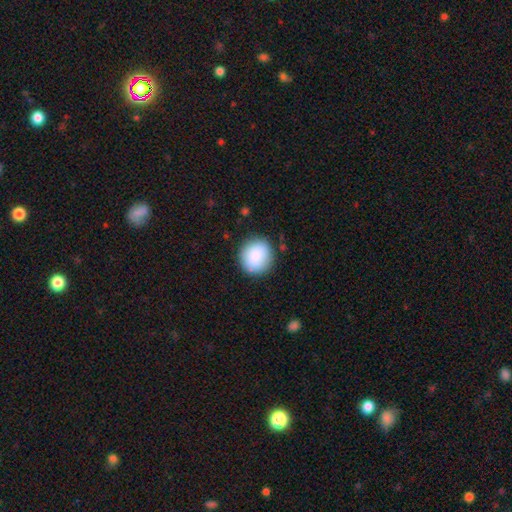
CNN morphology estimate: A smooth galaxy with no disk features (87%) that is round (84%).

Vote fractions:
- Smooth or featured? smooth: 87% / star or artifact: 7% / featured or disk: 5%
- How rounded? round: 84% / in between: 15% / cigar-shaped: 1%
- Merging? none: 85% / minor disturbance: 10% / major disturbance: 3% / merger: 2%